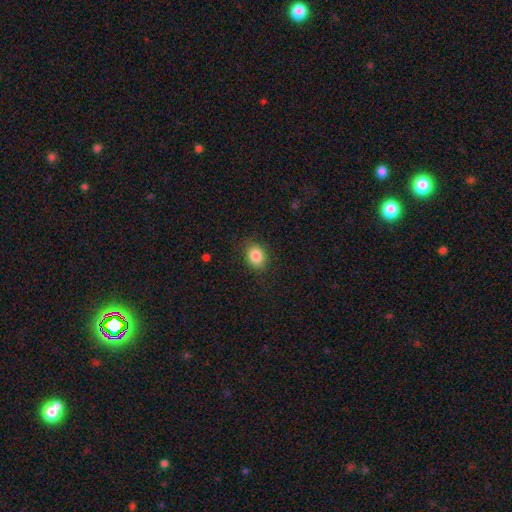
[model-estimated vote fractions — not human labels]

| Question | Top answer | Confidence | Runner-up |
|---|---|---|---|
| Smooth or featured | smooth | 85% | star or artifact (9%) |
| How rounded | in between | 54% | round (45%) |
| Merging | none | 84% | minor disturbance (12%) |